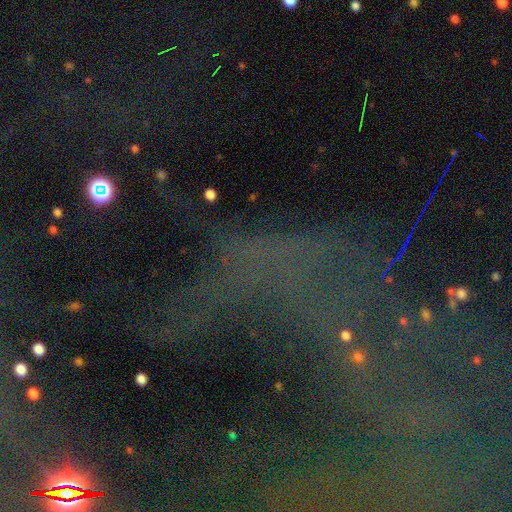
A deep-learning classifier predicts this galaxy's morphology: Smooth or featured: star or artifact — 70% (featured or disk — 17%)